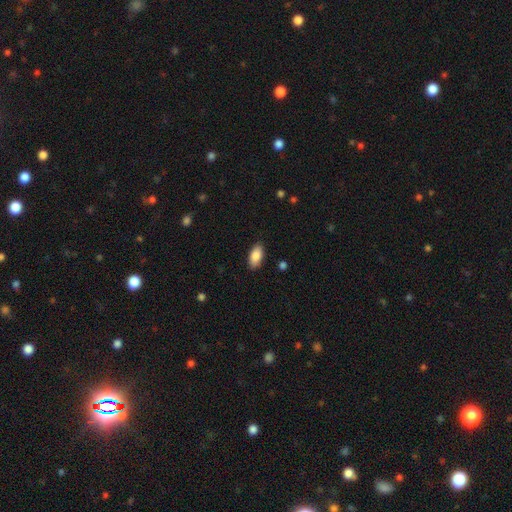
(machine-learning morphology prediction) Smooth or featured? smooth (87%)
How rounded? in between (92%)
Merging? none (87%)